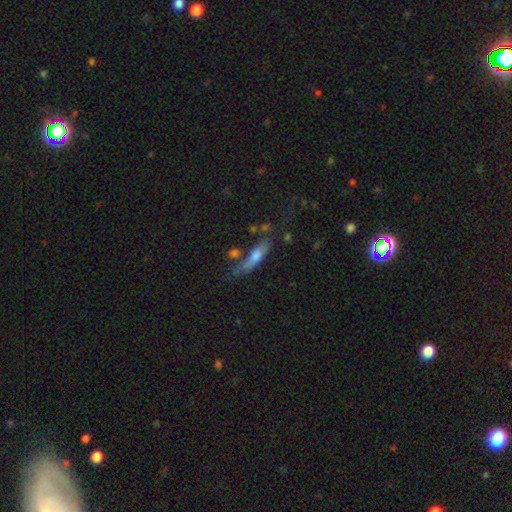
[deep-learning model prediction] Smooth or featured?
  - smooth: 49% *
  - featured or disk: 42%
  - star or artifact: 9%
Merging?
  - none: 56% *
  - minor disturbance: 23%
  - merger: 11%
  - major disturbance: 11%